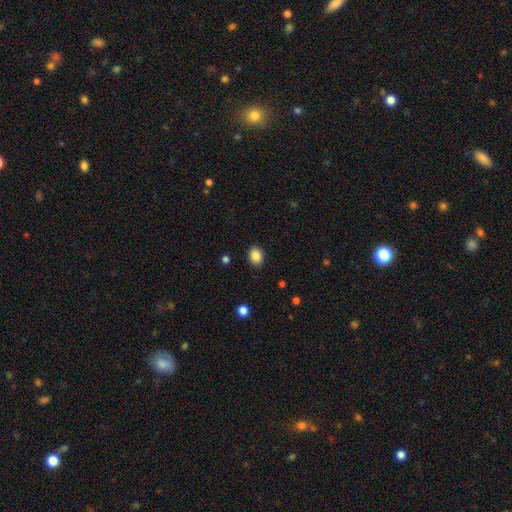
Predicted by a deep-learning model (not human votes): Smooth or featured? Predicted: smooth (p=0.87). How rounded? Predicted: in between (p=0.56). Merging? Predicted: none (p=0.90).